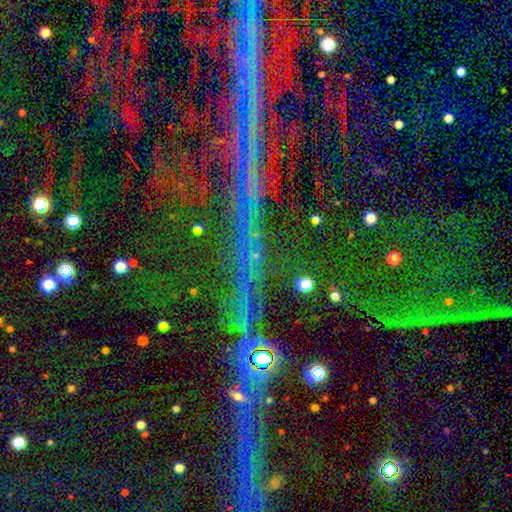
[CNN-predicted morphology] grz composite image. It shows a star or artifact, not a galaxy (86%).